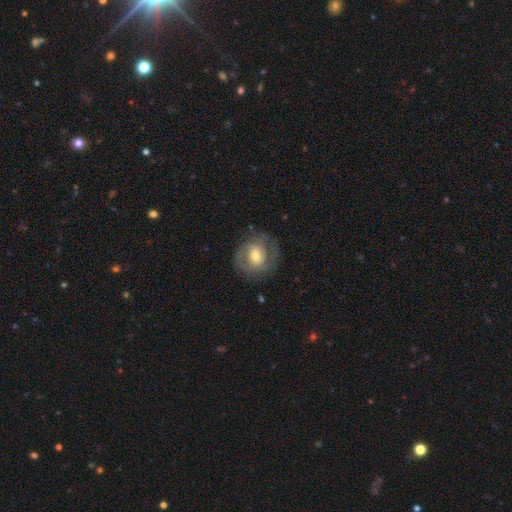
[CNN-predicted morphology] Smooth or featured? Predicted: featured or disk (p=0.65). Edge-on disk? Predicted: no (p=0.97). Bar? Predicted: weak (p=0.43). Spiral arms? Predicted: yes (p=0.80). Spiral winding? Predicted: tight (p=0.44). Spiral arm count? Predicted: 2 (p=0.67). Bulge size? Predicted: moderate (p=0.65). Merging? Predicted: none (p=0.72).